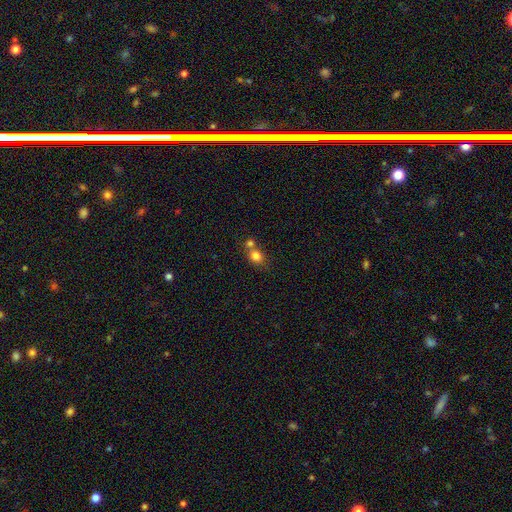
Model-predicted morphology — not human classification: type=smooth (81%); roundness=round (70%); merging=none (46%).